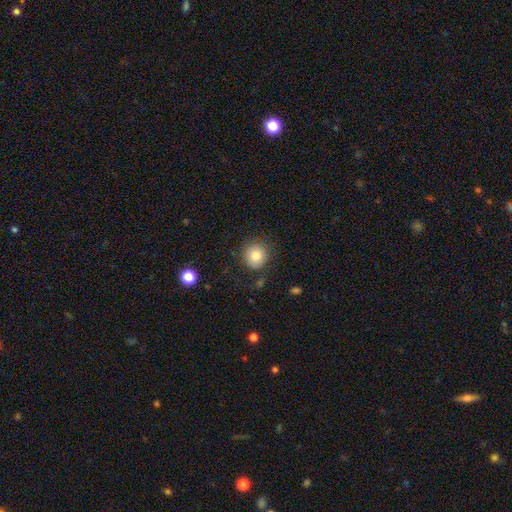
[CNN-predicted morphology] A smooth galaxy with no disk features (83%) that is round (90%). Merging: none (85%).